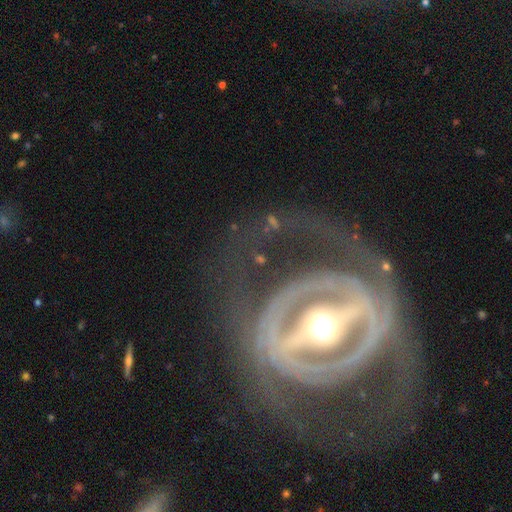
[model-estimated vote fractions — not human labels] Smooth or featured?
  - featured or disk: 89% *
  - smooth: 6%
  - star or artifact: 5%
Edge-on disk?
  - no: 91% *
  - yes: 9%
Bar?
  - strong: 78% *
  - weak: 13%
  - no: 9%
Spiral arms?
  - yes: 69% *
  - no: 31%
Spiral winding?
  - tight: 56% *
  - medium: 31%
  - loose: 13%
Spiral arm count?
  - 2: 55% *
  - can't tell: 21%
  - 3: 9%
  - 1: 7%
  - 4: 4%
  - more than 4: 4%
Bulge size?
  - moderate: 68% *
  - large: 16%
  - small: 13%
  - dominant: 2%
  - none: 1%
Merging?
  - none: 65% *
  - major disturbance: 19%
  - minor disturbance: 14%
  - merger: 3%